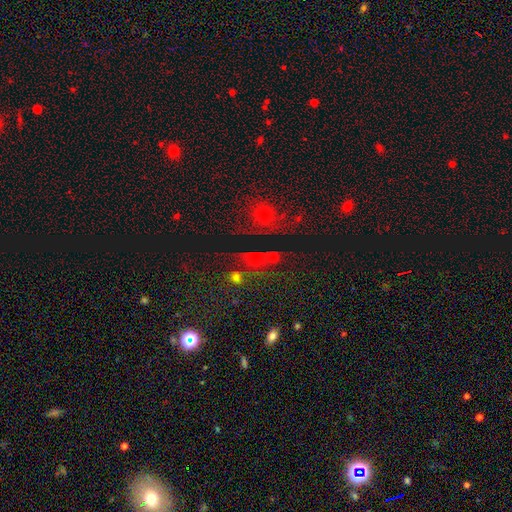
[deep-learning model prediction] smooth_or_featured: star or artifact (p=0.41) [alt: smooth p=0.38]